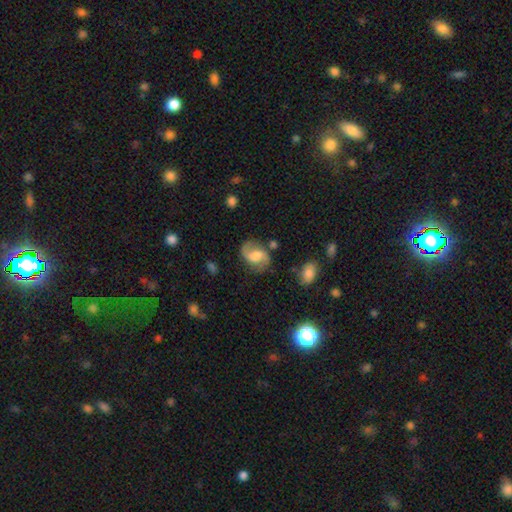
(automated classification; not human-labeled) Q: Smooth or featured?
A: featured or disk (74%); runner-up: smooth (20%)
Q: Edge-on disk?
A: no (98%); runner-up: yes (2%)
Q: Bar?
A: weak (49%); runner-up: no (36%)
Q: Spiral arms?
A: yes (93%); runner-up: no (7%)
Q: Spiral winding?
A: medium (45%); runner-up: loose (42%)
Q: Spiral arm count?
A: 2 (91%); runner-up: can't tell (4%)
Q: Bulge size?
A: moderate (53%); runner-up: large (20%)
Q: Merging?
A: none (73%); runner-up: minor disturbance (17%)